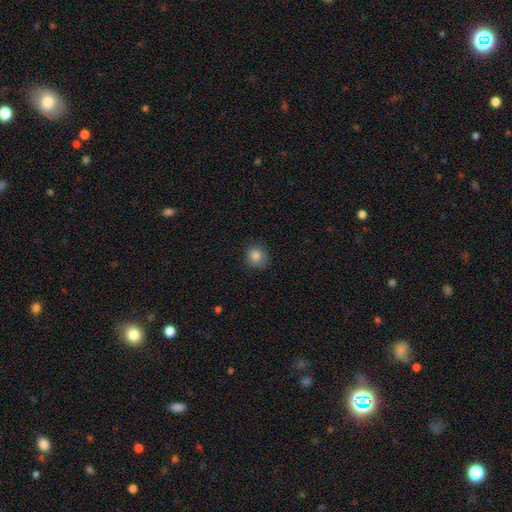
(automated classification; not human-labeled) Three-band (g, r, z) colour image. It shows a smooth galaxy with no disk features (84%) that is round (84%). Merging: none (86%).